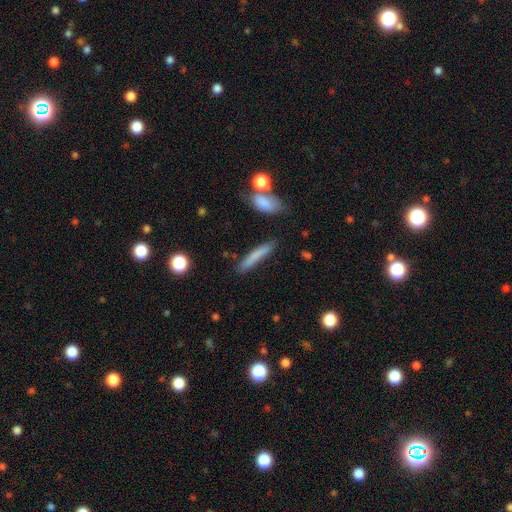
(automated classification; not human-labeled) Smooth or featured?
  - smooth: 74% *
  - featured or disk: 19%
  - star or artifact: 7%
How rounded?
  - cigar-shaped: 90% *
  - in between: 8%
  - round: 2%
Merging?
  - none: 77% *
  - minor disturbance: 14%
  - merger: 5%
  - major disturbance: 4%